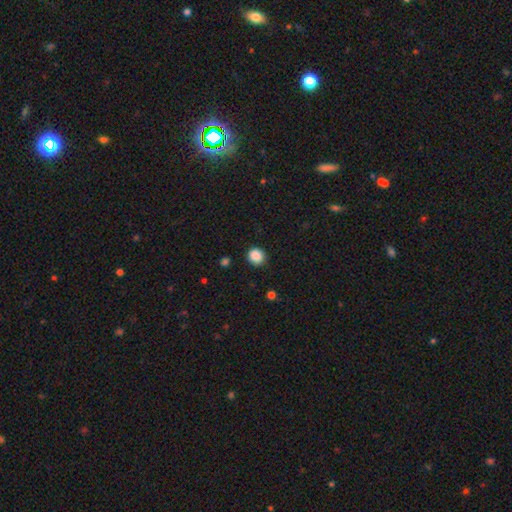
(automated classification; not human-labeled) Smooth or featured? smooth (88%)
How rounded? round (82%)
Merging? none (88%)